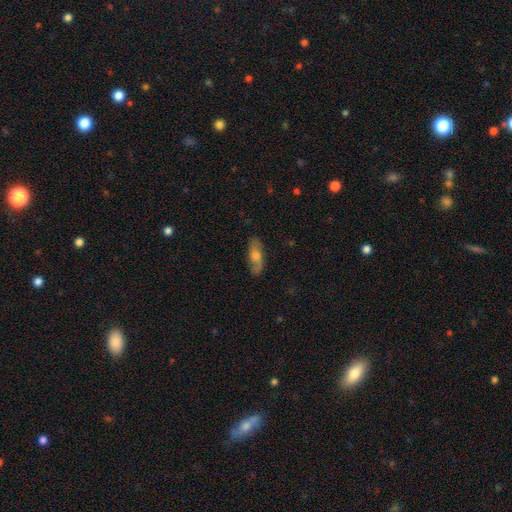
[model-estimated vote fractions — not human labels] Smooth or featured? Predicted: smooth (p=0.53). How rounded? Predicted: in between (p=0.66). Merging? Predicted: none (p=0.82).